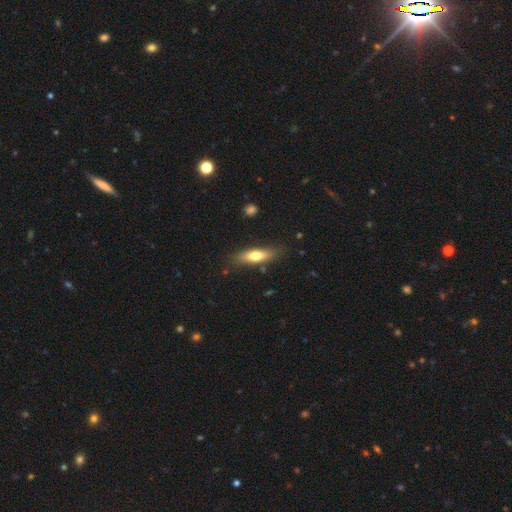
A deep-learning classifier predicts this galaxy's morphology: Smooth or featured? Predicted: smooth (p=0.66). How rounded? Predicted: cigar-shaped (p=0.51). Merging? Predicted: none (p=0.81).